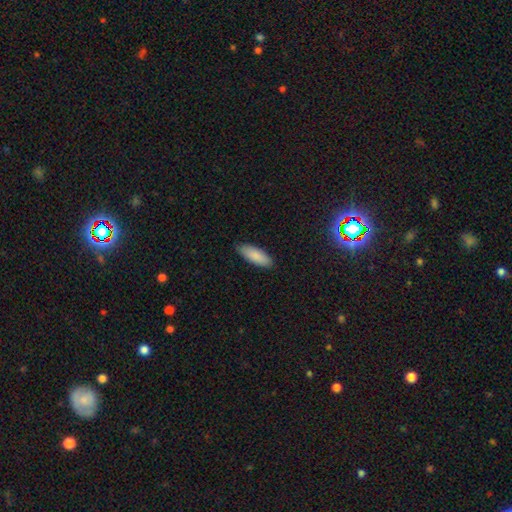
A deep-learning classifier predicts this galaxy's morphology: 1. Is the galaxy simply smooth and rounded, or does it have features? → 88% smooth, 6% featured or disk, 6% star or artifact.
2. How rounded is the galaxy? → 71% in between, 28% cigar-shaped, 2% round.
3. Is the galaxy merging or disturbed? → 87% none, 10% minor disturbance, 2% major disturbance, 1% merger.